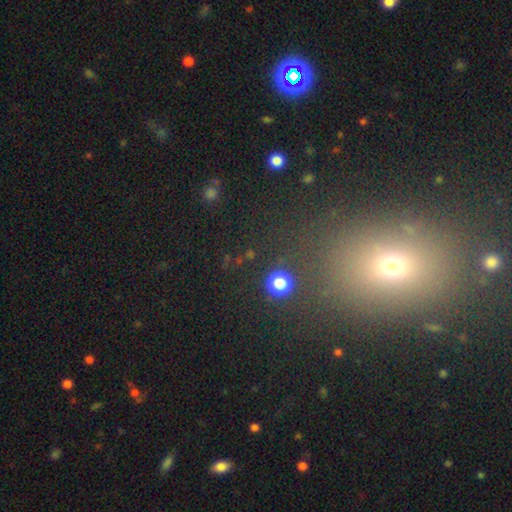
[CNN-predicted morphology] This appears to be a star or artifact, not a galaxy (45%).